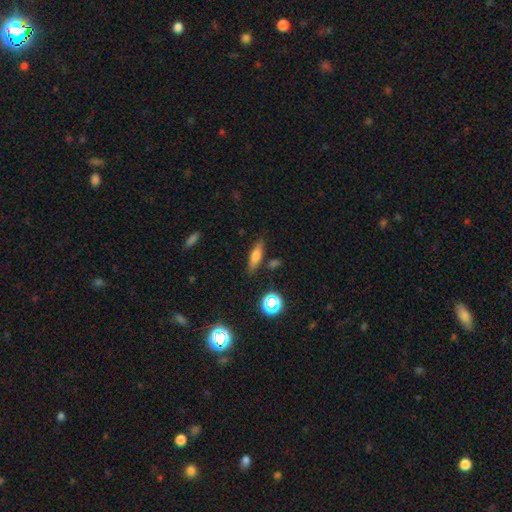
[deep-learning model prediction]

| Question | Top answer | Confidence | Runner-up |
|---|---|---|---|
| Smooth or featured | smooth | 68% | featured or disk (20%) |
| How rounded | cigar-shaped | 52% | in between (43%) |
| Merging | none | 80% | minor disturbance (12%) |